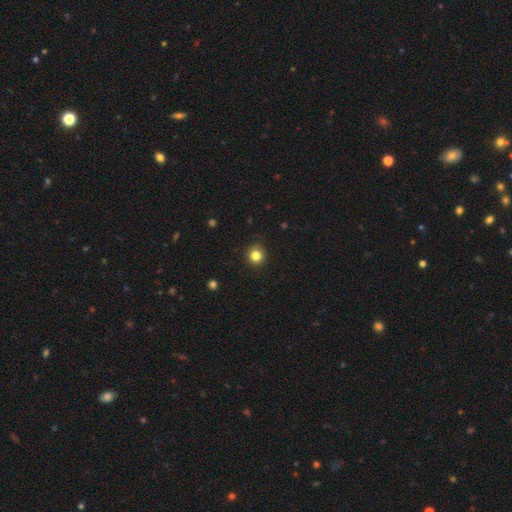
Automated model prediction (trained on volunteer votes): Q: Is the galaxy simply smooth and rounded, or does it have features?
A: smooth — 83%.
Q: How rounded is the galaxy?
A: round — 90%.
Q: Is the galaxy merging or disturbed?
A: none — 89%.